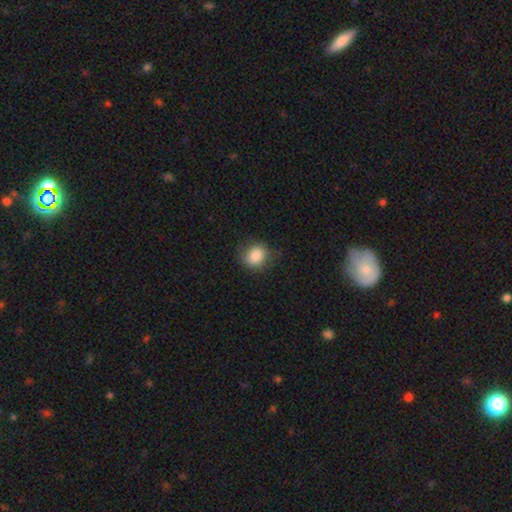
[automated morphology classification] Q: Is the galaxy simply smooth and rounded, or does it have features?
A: smooth — 84%.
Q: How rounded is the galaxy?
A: round — 72%.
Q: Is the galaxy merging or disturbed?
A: none — 78%.